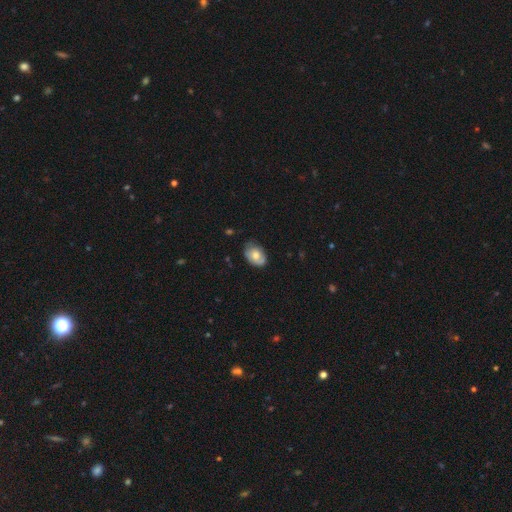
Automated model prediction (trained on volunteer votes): Smooth or featured? smooth (69%)
How rounded? in between (83%)
Merging? none (65%)